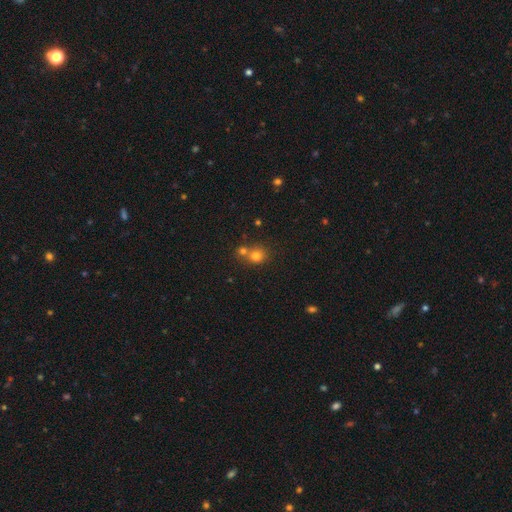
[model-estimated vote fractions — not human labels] smooth-or-featured: smooth: 75% | star or artifact: 15% | featured or disk: 10%
  how-rounded: round: 81% | in between: 18% | cigar-shaped: 1%
  merging: none: 46% | merger: 44% | minor disturbance: 7% | major disturbance: 3%